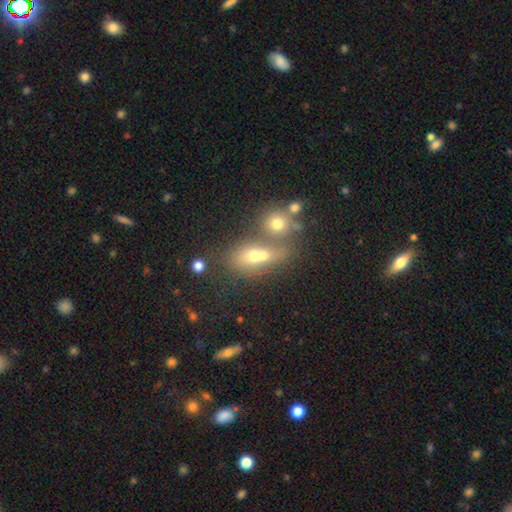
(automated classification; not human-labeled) smooth-or-featured: smooth: 57% | featured or disk: 25% | star or artifact: 18%
  how-rounded: in between: 61% | round: 32% | cigar-shaped: 7%
  merging: merger: 58% | none: 28% | minor disturbance: 8% | major disturbance: 6%